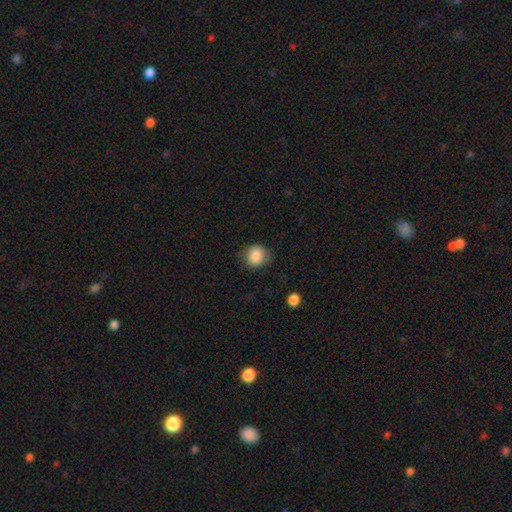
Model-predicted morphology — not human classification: Smooth or featured? smooth (87%)
How rounded? round (77%)
Merging? none (72%)